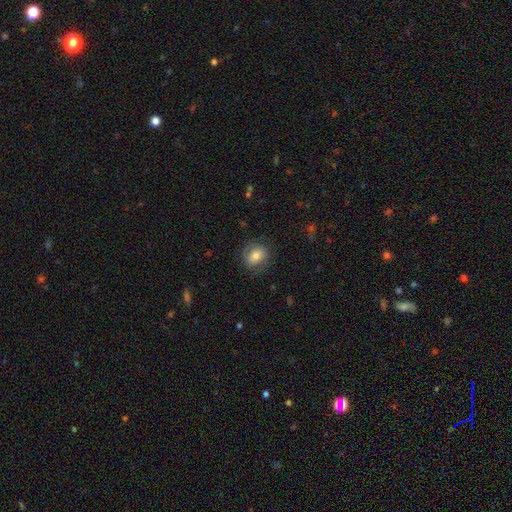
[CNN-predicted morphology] Overall: smooth (64%; featured or disk 28%). How rounded: round (56%; in between 42%). Merging: none (74%).